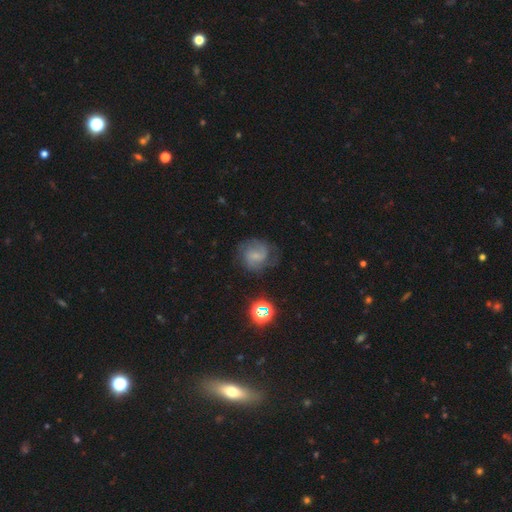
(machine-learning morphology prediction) Q: Smooth or featured?
A: featured or disk (62%); runner-up: smooth (27%)
Q: Edge-on disk?
A: no (98%); runner-up: yes (2%)
Q: Bar?
A: weak (50%); runner-up: no (37%)
Q: Spiral arms?
A: yes (90%); runner-up: no (10%)
Q: Spiral winding?
A: medium (47%); runner-up: tight (32%)
Q: Spiral arm count?
A: 2 (62%); runner-up: can't tell (20%)
Q: Bulge size?
A: small (43%); runner-up: none (37%)
Q: Merging?
A: none (64%); runner-up: minor disturbance (21%)